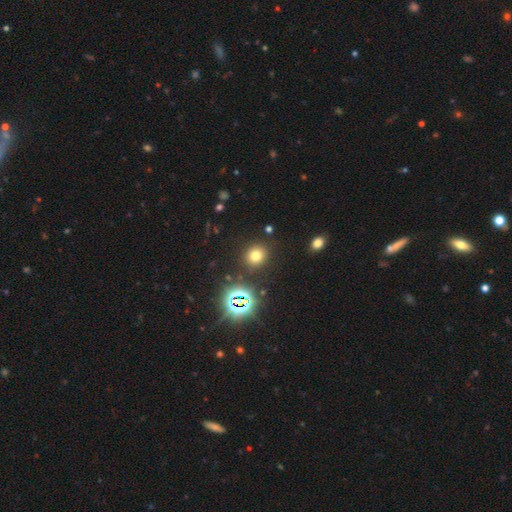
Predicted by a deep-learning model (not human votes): Morphology: type=smooth (67%); roundness=round (84%); merging=none (87%).